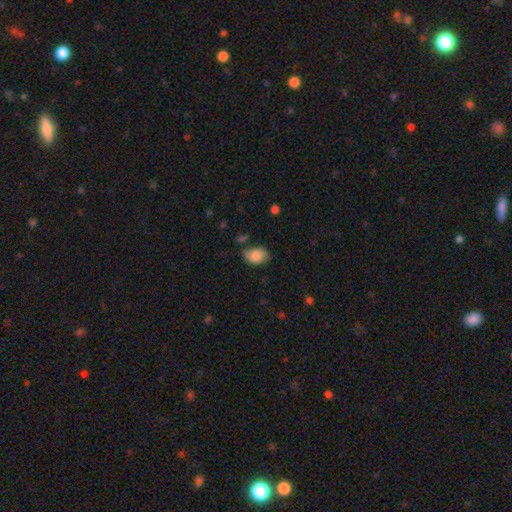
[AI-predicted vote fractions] A smooth galaxy with no disk features (79%) that is in between round and cigar-shaped (81%).

Vote fractions:
- Smooth or featured? smooth: 79% / featured or disk: 13% / star or artifact: 8%
- How rounded? in between: 81% / round: 18% / cigar-shaped: 1%
- Merging? none: 58% / minor disturbance: 29% / major disturbance: 8% / merger: 4%